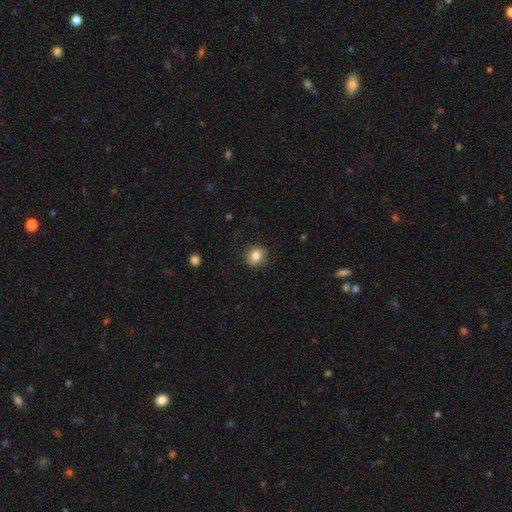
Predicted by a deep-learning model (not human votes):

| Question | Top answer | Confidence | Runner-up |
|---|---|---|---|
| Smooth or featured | smooth | 81% | star or artifact (10%) |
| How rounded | round | 75% | in between (24%) |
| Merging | none | 88% | minor disturbance (9%) |